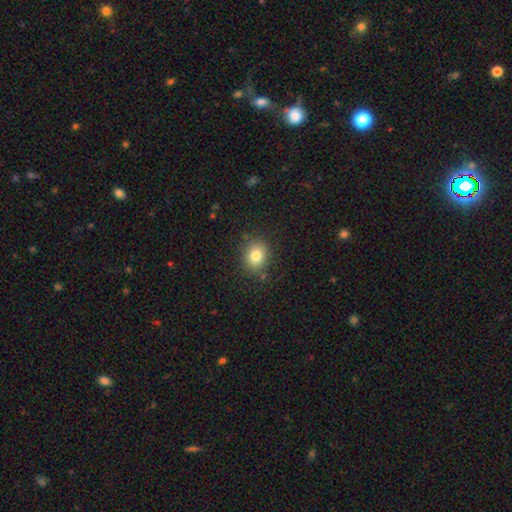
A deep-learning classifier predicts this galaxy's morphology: Overall: smooth (80%). How rounded: round (67%; in between 32%). Merging: none (85%).